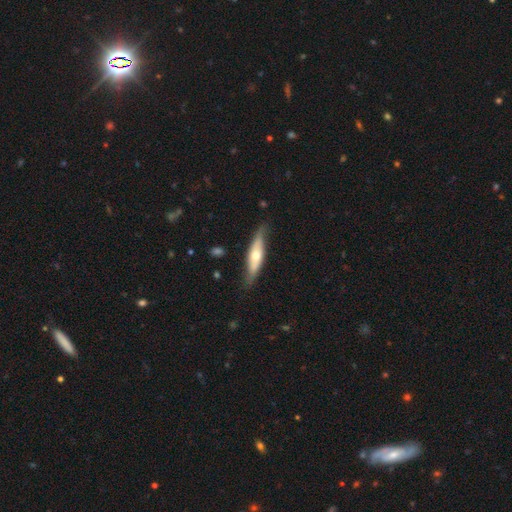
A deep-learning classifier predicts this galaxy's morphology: smooth-or-featured: featured or disk: 48% | smooth: 46% | star or artifact: 5%
  merging: none: 75% | minor disturbance: 20% | major disturbance: 4% | merger: 2%